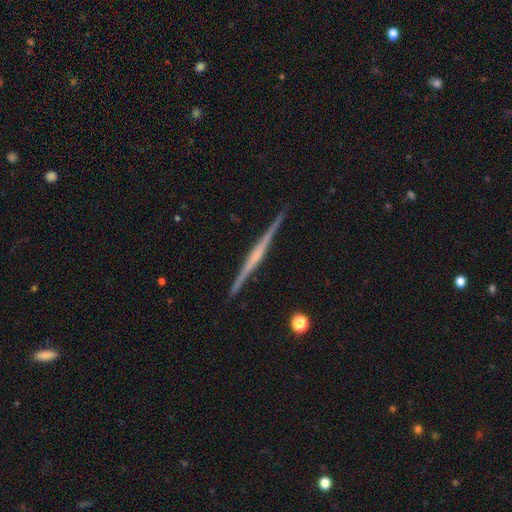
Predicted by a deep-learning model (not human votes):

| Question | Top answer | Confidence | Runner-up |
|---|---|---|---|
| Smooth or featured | featured or disk | 81% | smooth (14%) |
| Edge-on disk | yes | 99% | no (1%) |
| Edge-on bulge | none | 42% | rounded (37%) |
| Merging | none | 92% | minor disturbance (6%) |